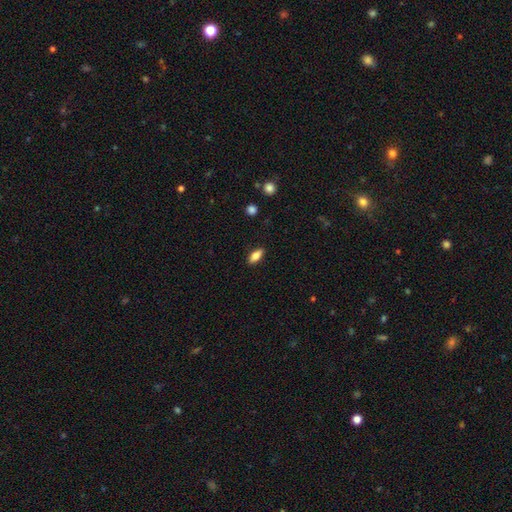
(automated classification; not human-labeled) Smooth or featured?
  - smooth: 81% *
  - featured or disk: 12%
  - star or artifact: 7%
How rounded?
  - in between: 85% *
  - cigar-shaped: 12%
  - round: 3%
Merging?
  - none: 88% *
  - minor disturbance: 9%
  - major disturbance: 2%
  - merger: 1%